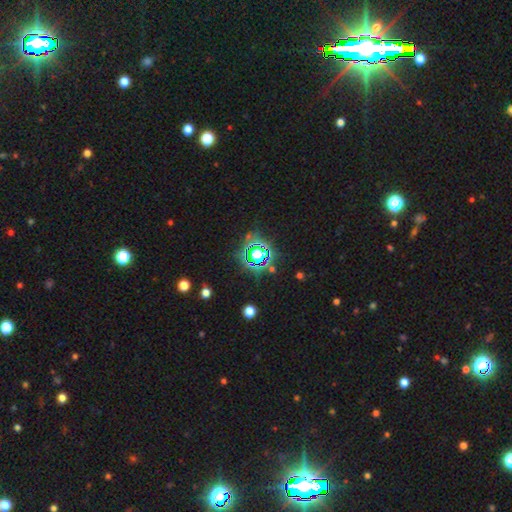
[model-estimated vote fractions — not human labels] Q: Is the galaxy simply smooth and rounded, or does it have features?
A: star or artifact — 67%.